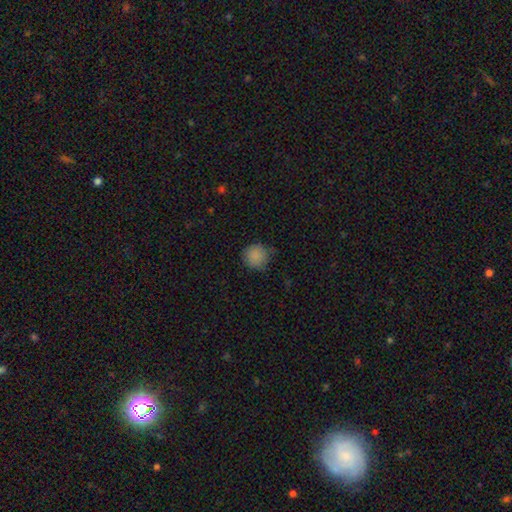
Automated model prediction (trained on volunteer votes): The model was most divided on "merging": none: 79%, minor disturbance: 16%, major disturbance: 3%, merger: 1%. More confident: how rounded — round (92%); smooth or featured — smooth (86%).